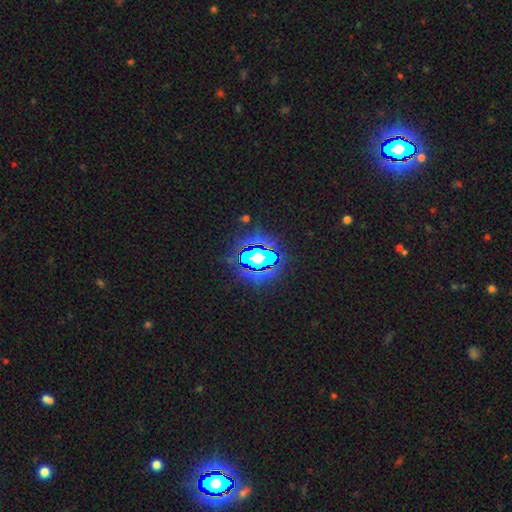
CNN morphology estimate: Q: Smooth or featured?
A: star or artifact (82%); runner-up: smooth (11%)